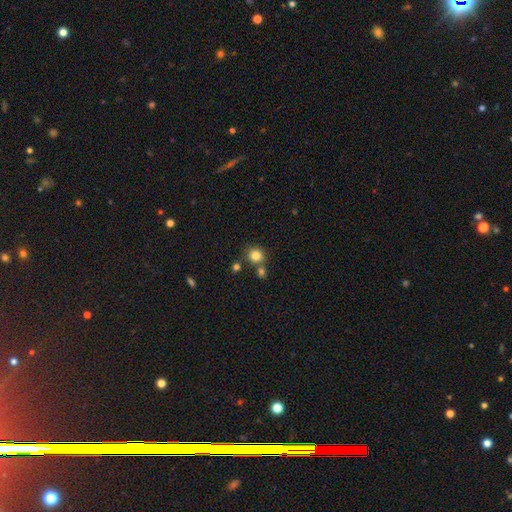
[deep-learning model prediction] A smooth galaxy with no disk features (82%) that is round (88%).

Vote fractions:
- Smooth or featured? smooth: 82% / star or artifact: 12% / featured or disk: 6%
- How rounded? round: 88% / in between: 11% / cigar-shaped: 1%
- Merging? none: 66% / merger: 21% / minor disturbance: 10% / major disturbance: 3%